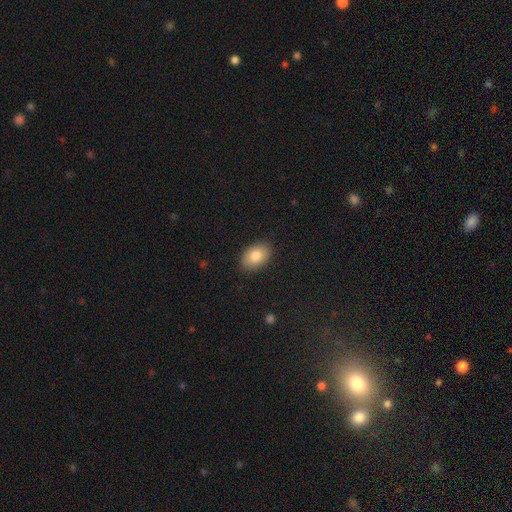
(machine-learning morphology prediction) smooth-or-featured: smooth: 82% | featured or disk: 10% | star or artifact: 8%
  how-rounded: in between: 87% | round: 12% | cigar-shaped: 1%
  merging: none: 88% | minor disturbance: 9% | major disturbance: 2% | merger: 1%